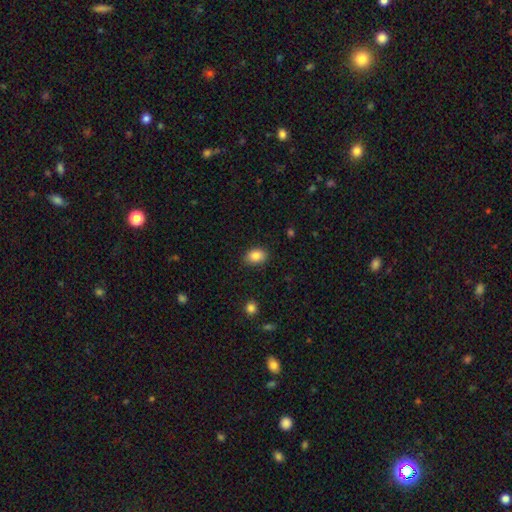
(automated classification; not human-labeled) Smooth or featured?
  - smooth: 85% *
  - star or artifact: 8%
  - featured or disk: 6%
How rounded?
  - in between: 76% *
  - round: 23%
  - cigar-shaped: 1%
Merging?
  - none: 86% *
  - minor disturbance: 11%
  - major disturbance: 2%
  - merger: 1%